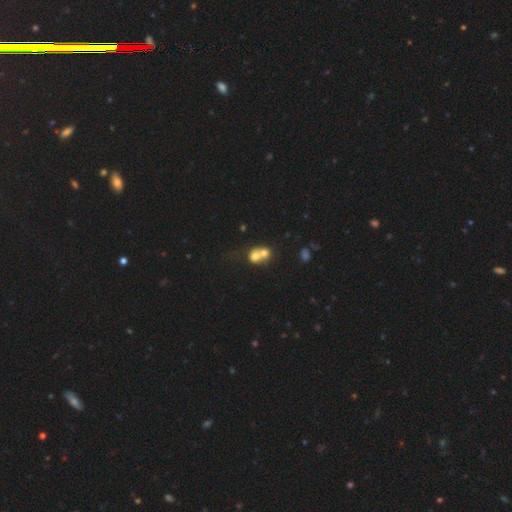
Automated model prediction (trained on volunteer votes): Q: Smooth or featured?
A: smooth (65%); runner-up: featured or disk (24%)
Q: How rounded?
A: round (64%); runner-up: in between (35%)
Q: Merging?
A: merger (73%); runner-up: none (18%)